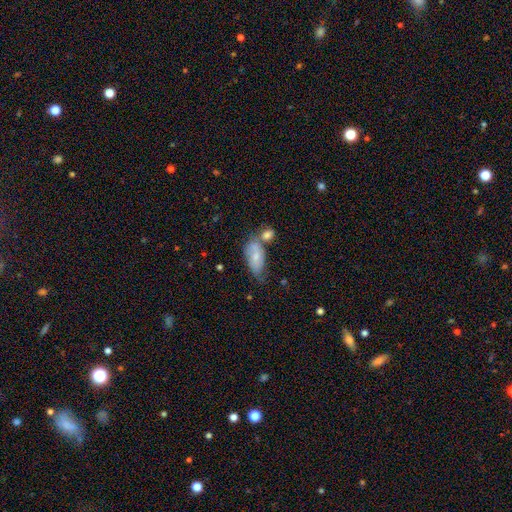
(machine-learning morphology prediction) This appears to be a smooth galaxy with no disk features (65%) that is in between round and cigar-shaped (88%). Merging: none (37%).